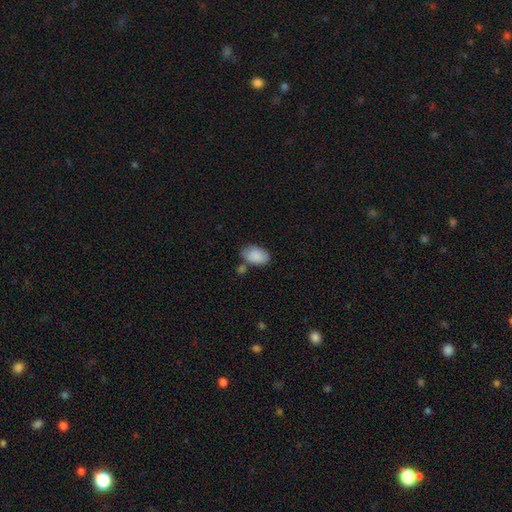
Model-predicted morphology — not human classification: smooth-or-featured: smooth: 89% | star or artifact: 7% | featured or disk: 5%
  how-rounded: in between: 91% | round: 8% | cigar-shaped: 1%
  merging: none: 67% | minor disturbance: 18% | merger: 11% | major disturbance: 4%